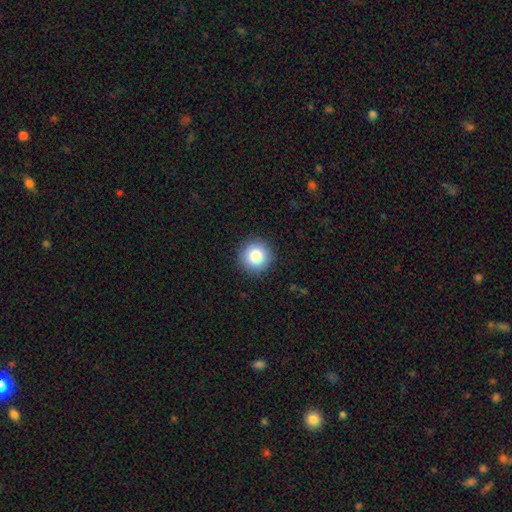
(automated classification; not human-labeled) Morphology: type=smooth (83%); roundness=round (95%); merging=none (92%).